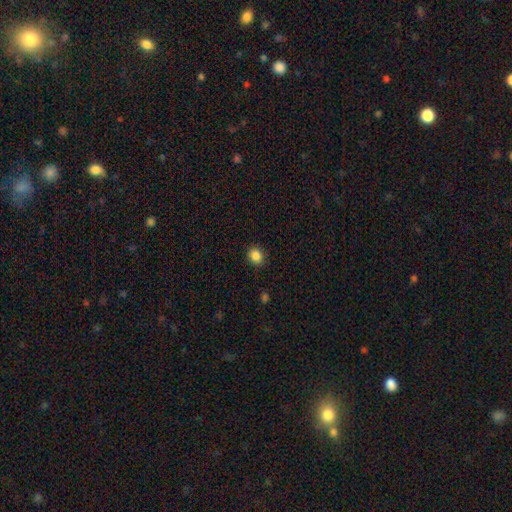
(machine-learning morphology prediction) Overall: smooth (86%). How rounded: round (63%; in between 37%). Merging: none (89%).